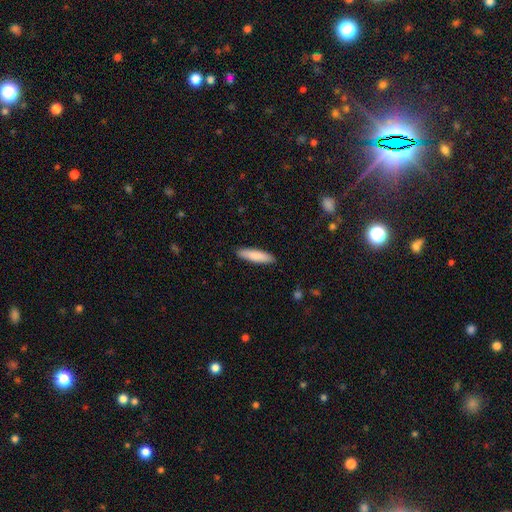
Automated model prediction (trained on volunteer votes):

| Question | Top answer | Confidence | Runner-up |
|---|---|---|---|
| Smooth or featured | smooth | 85% | featured or disk (10%) |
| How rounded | cigar-shaped | 75% | in between (24%) |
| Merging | none | 90% | minor disturbance (8%) |